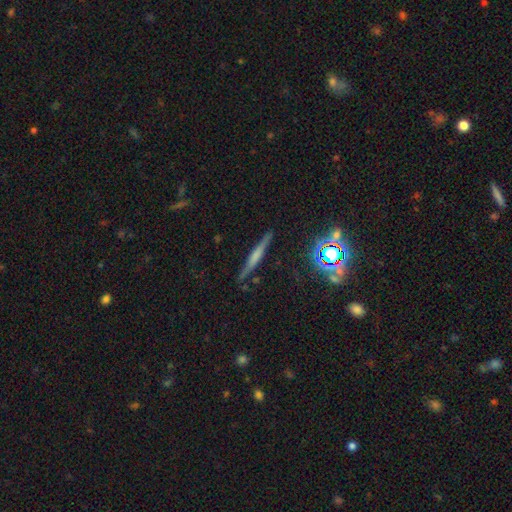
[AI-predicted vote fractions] Morphology: type=featured or disk (52%); edge-on=yes (96%); merging=none (87%).